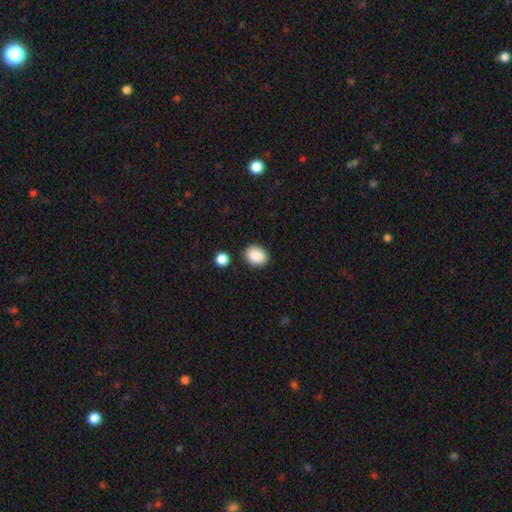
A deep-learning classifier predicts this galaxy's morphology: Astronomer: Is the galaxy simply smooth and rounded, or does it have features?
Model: smooth — 89%.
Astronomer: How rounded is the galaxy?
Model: in between — 59% (runner-up: round, 40%).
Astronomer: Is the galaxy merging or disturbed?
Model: none — 84%.